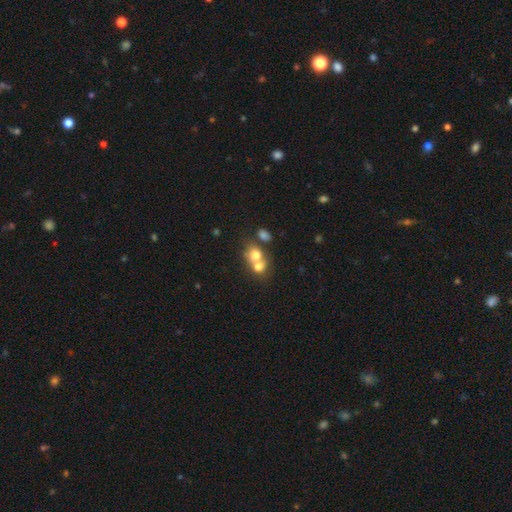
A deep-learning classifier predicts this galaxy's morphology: The model was most divided on "how rounded": round: 61%, in between: 38%, cigar-shaped: 1%. More confident: smooth or featured — smooth (71%); merging — merger (64%).